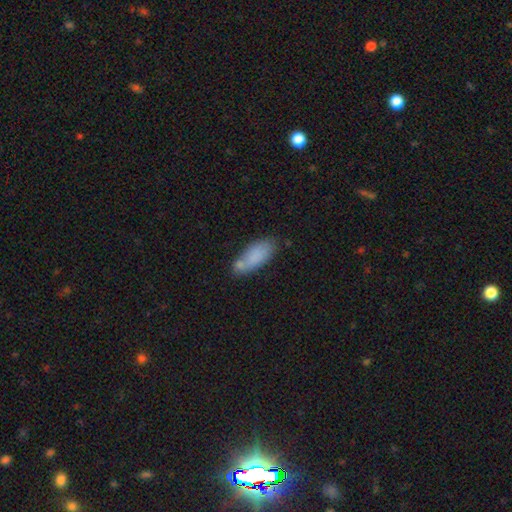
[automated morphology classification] Q: Smooth or featured?
A: smooth (81%); runner-up: featured or disk (12%)
Q: How rounded?
A: in between (78%); runner-up: cigar-shaped (20%)
Q: Merging?
A: none (57%); runner-up: minor disturbance (21%)